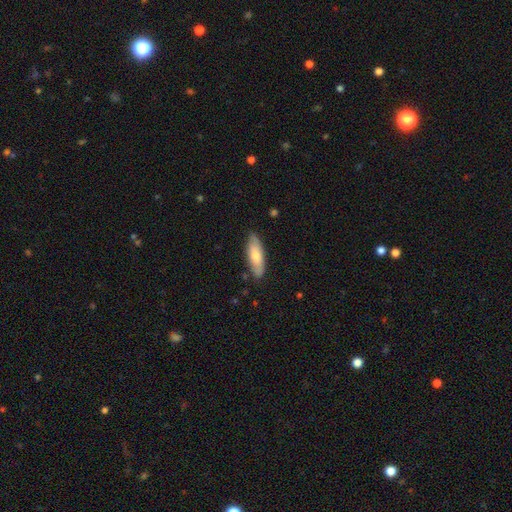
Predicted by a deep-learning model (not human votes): The model was most divided on "how rounded": in between: 60%, cigar-shaped: 38%, round: 2%. More confident: merging — none (82%); smooth or featured — smooth (72%).